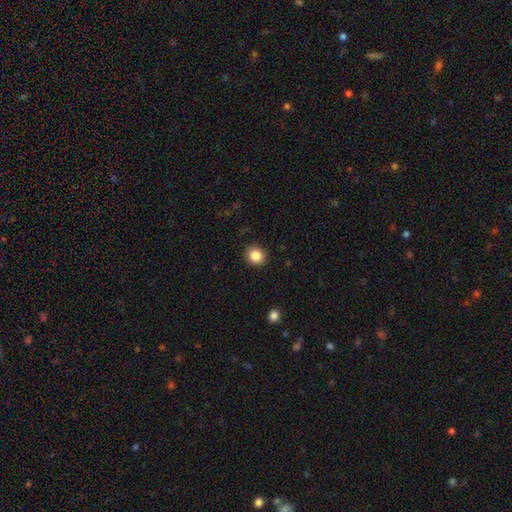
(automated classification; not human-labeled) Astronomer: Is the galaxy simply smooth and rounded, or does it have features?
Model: smooth — 86%.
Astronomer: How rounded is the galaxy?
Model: round — 81%.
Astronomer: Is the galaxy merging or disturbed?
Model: none — 90%.